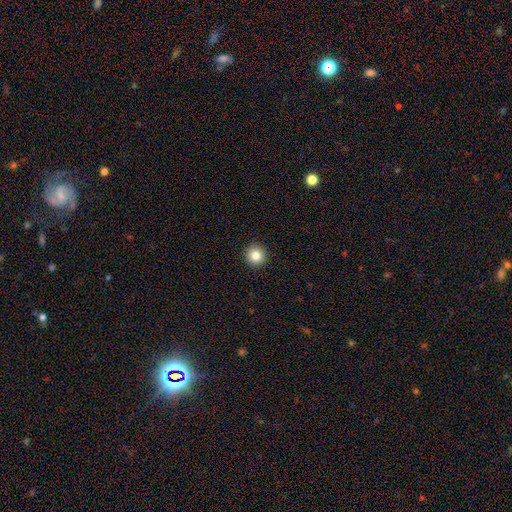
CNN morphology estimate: Q: Smooth or featured?
A: smooth (83%); runner-up: star or artifact (10%)
Q: How rounded?
A: round (94%); runner-up: in between (5%)
Q: Merging?
A: none (93%); runner-up: minor disturbance (4%)